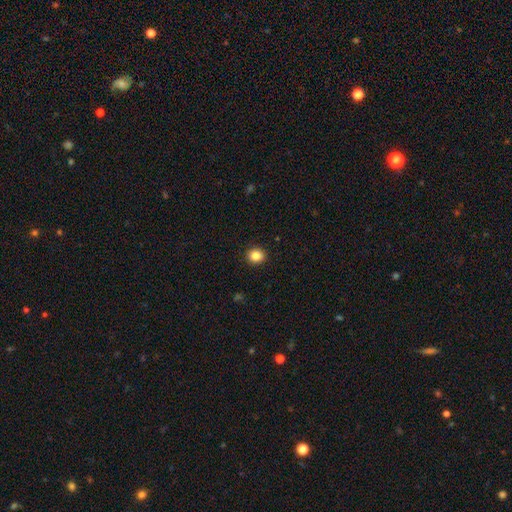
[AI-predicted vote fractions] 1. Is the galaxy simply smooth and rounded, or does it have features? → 86% smooth, 10% star or artifact, 4% featured or disk.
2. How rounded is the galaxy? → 80% round, 19% in between, 1% cigar-shaped.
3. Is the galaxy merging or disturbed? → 92% none, 6% minor disturbance, 2% major disturbance, 1% merger.